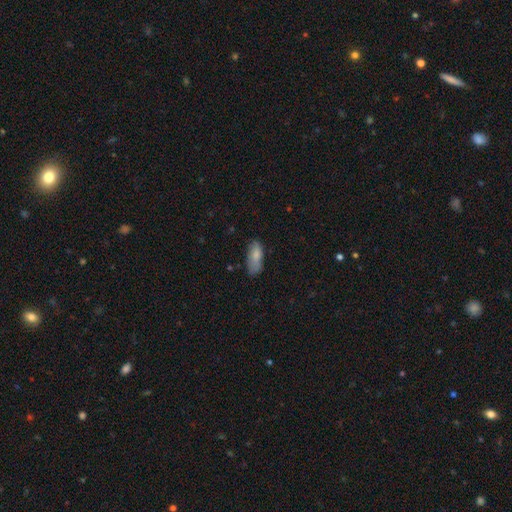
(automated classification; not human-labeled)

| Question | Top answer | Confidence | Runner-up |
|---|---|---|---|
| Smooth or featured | smooth | 82% | featured or disk (11%) |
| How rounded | in between | 77% | cigar-shaped (21%) |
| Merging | none | 66% | minor disturbance (26%) |